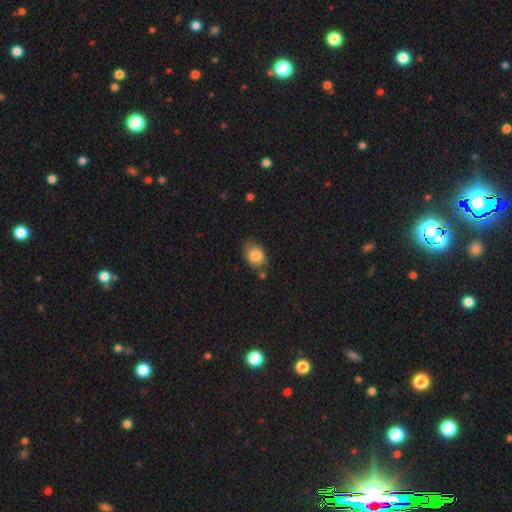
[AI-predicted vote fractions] smooth_or_featured: smooth (p=0.82) [alt: featured or disk p=0.10]
how_rounded: in between (p=0.75) [alt: round p=0.24]
merging: none (p=0.67) [alt: minor disturbance p=0.23]